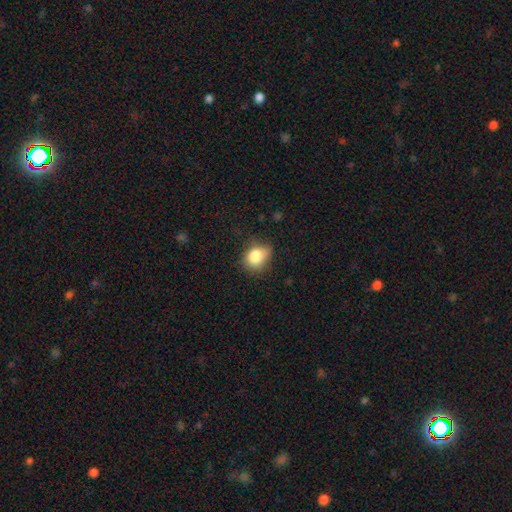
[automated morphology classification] smooth-or-featured: smooth: 83% | star or artifact: 10% | featured or disk: 7%
  how-rounded: round: 54% | in between: 45% | cigar-shaped: 1%
  merging: none: 64% | minor disturbance: 28% | major disturbance: 7% | merger: 2%